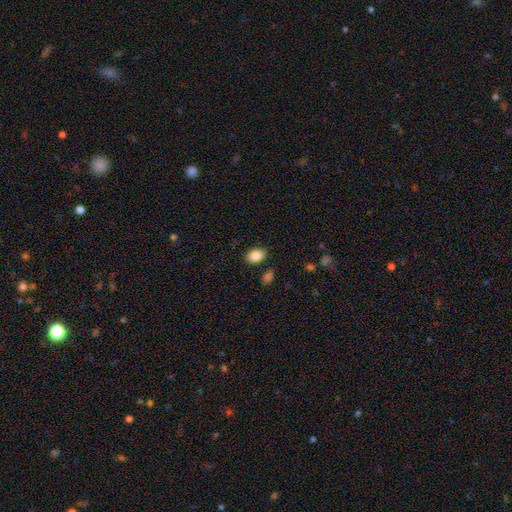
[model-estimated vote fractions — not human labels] A smooth galaxy with no disk features (86%) that is in between round and cigar-shaped (76%).

Vote fractions:
- Smooth or featured? smooth: 86% / star or artifact: 8% / featured or disk: 6%
- How rounded? in between: 76% / round: 23% / cigar-shaped: 1%
- Merging? none: 85% / minor disturbance: 10% / merger: 3% / major disturbance: 3%